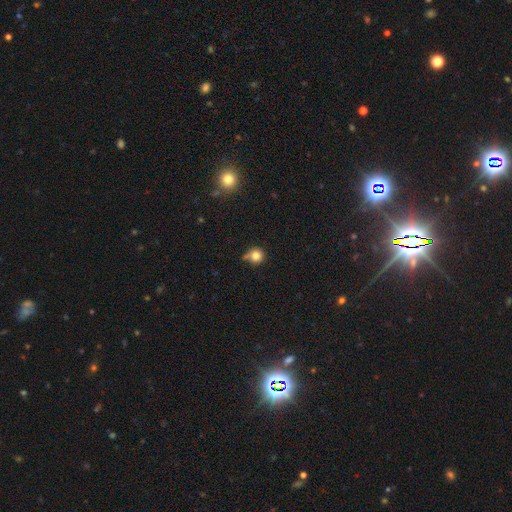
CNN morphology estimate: smooth 81%, star or artifact 12%, featured or disk 8%. Down the decision tree: how rounded — round (90%); merging — none (59%).